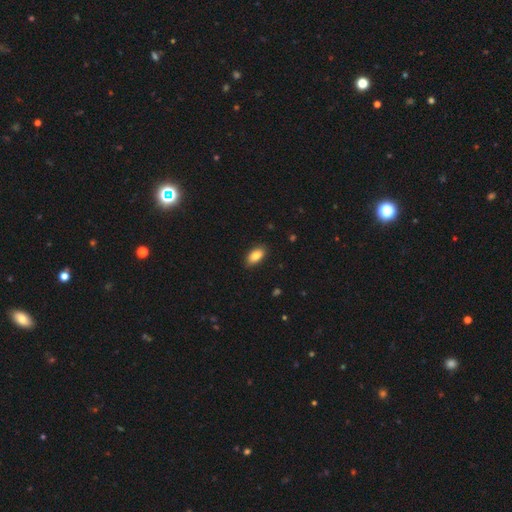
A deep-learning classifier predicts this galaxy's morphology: This is clearly a smooth galaxy (85%). How rounded: clearly in between (92%). Merging: clearly none (87%).